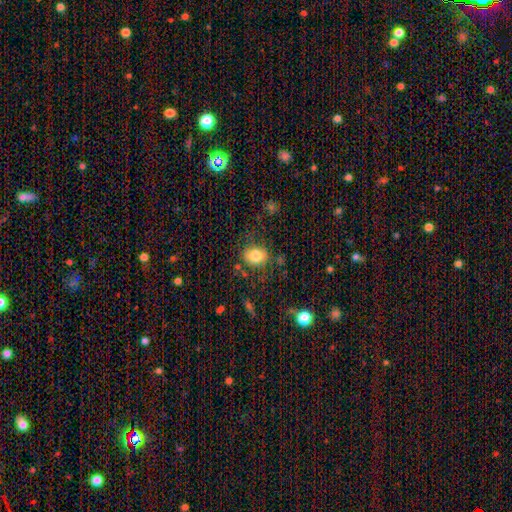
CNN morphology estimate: This is likely a smooth galaxy (78%). How rounded: possibly in between (54%). Merging: likely none (70%).